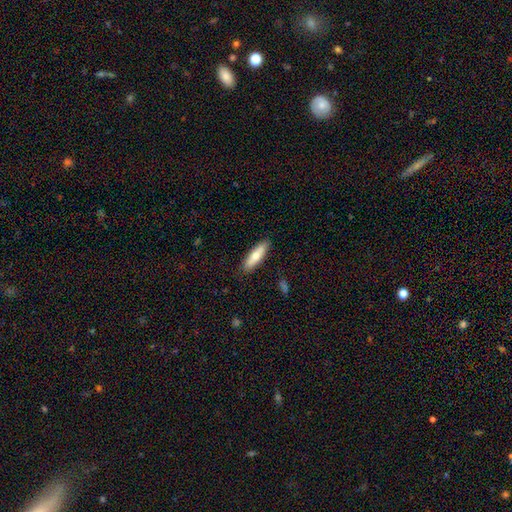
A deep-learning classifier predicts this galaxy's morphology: This is likely a smooth galaxy (71%). How rounded: likely cigar-shaped (64%). Merging: clearly none (88%).